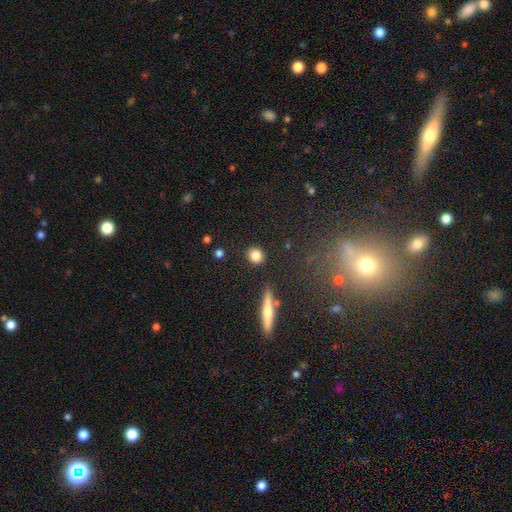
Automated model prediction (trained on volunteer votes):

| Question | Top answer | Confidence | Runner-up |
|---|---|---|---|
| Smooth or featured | smooth | 83% | star or artifact (10%) |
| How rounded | round | 84% | in between (14%) |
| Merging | none | 89% | minor disturbance (7%) |